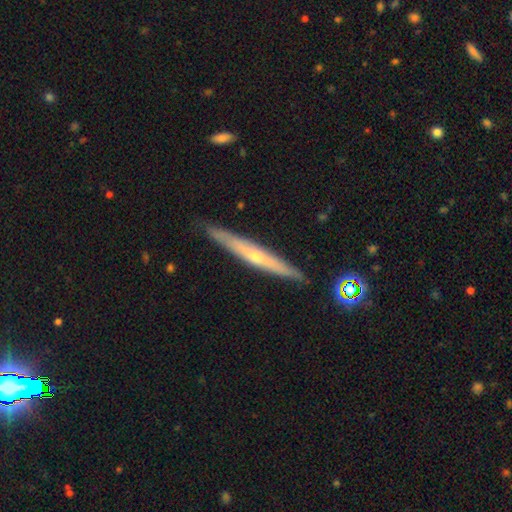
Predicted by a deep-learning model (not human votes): This is likely a featured or disk galaxy (63%). It is clearly viewed edge-on (93%). Edge-on bulge: likely rounded (67%). Merging: clearly none (89%).